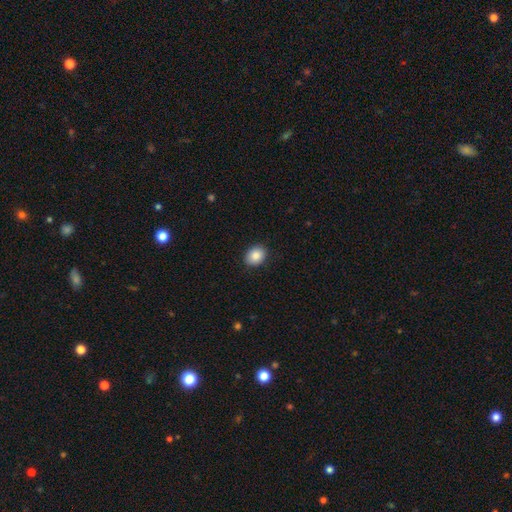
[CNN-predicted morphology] A smooth galaxy with no disk features (87%) that is in between round and cigar-shaped (55%). Merging: none (89%).